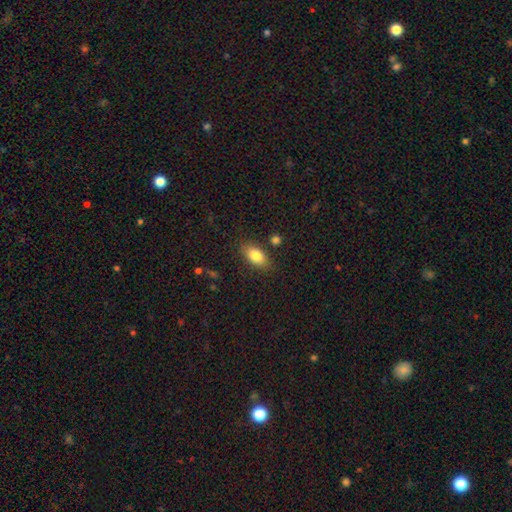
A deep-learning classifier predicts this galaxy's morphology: This appears to be a smooth galaxy with no disk features (82%) that is in between round and cigar-shaped (88%). Merging: none (81%).